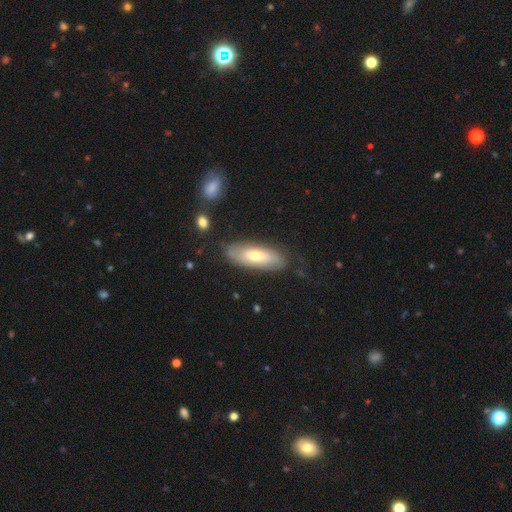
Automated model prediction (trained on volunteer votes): Overall: smooth (53%; featured or disk 41%). How rounded: in between (69%). Merging: none (78%).